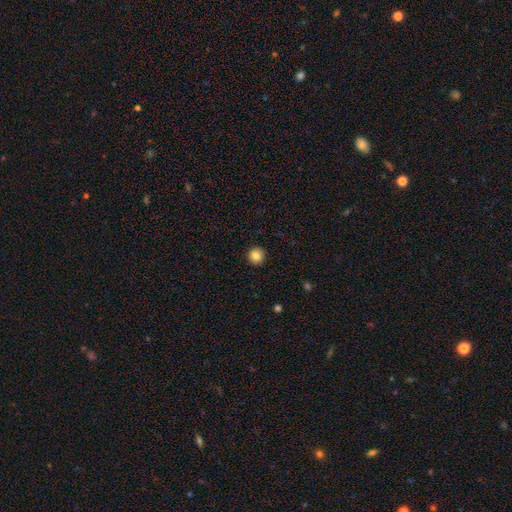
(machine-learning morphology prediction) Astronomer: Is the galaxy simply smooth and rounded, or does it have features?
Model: smooth — 85%.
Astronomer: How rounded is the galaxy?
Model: round — 93%.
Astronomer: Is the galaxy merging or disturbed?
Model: none — 92%.